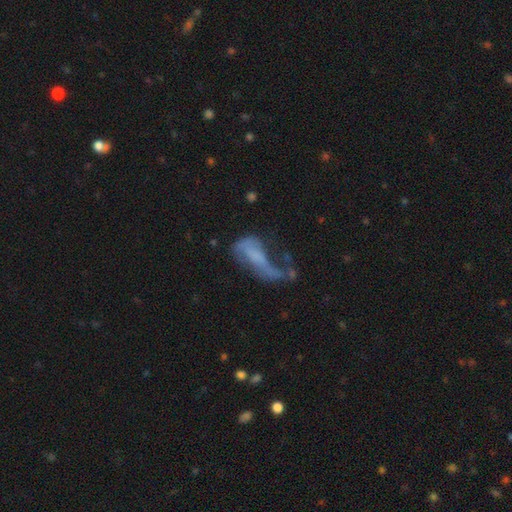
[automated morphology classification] smooth_or_featured: featured or disk (p=0.50) [alt: smooth p=0.36]
disk_edge_on: no (p=0.88) [alt: yes p=0.12]
merging: major disturbance (p=0.52) [alt: none p=0.20]